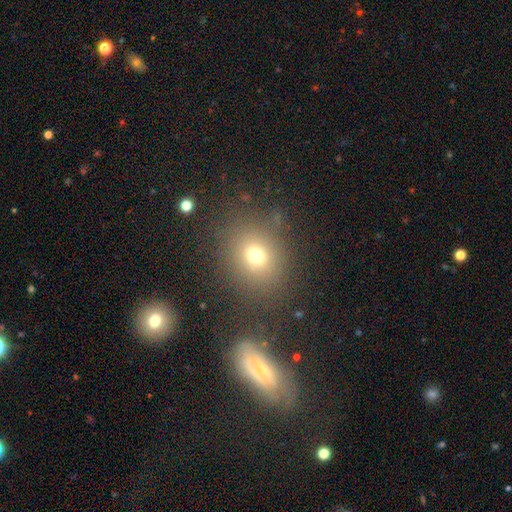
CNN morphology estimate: type=smooth (69%); roundness=round (67%); merging=none (78%).